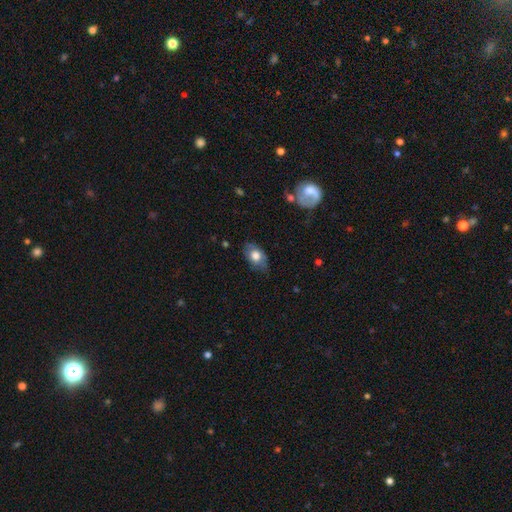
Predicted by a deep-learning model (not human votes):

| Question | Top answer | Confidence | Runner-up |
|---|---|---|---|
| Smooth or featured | smooth | 70% | featured or disk (23%) |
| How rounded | in between | 87% | round (11%) |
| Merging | none | 74% | minor disturbance (21%) |